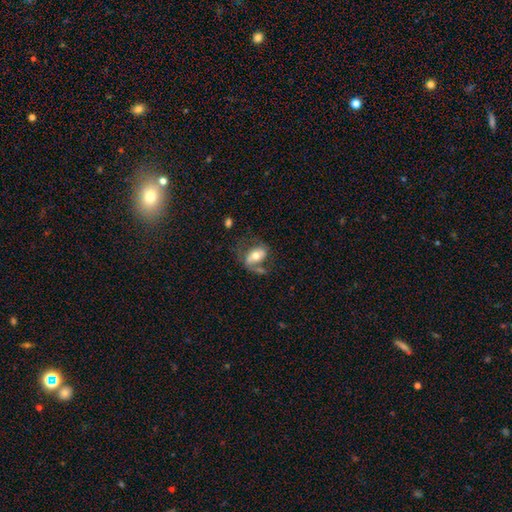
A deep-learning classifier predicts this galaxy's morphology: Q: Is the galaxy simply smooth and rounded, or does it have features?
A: featured or disk — 48%.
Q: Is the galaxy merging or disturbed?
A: none — 44%.